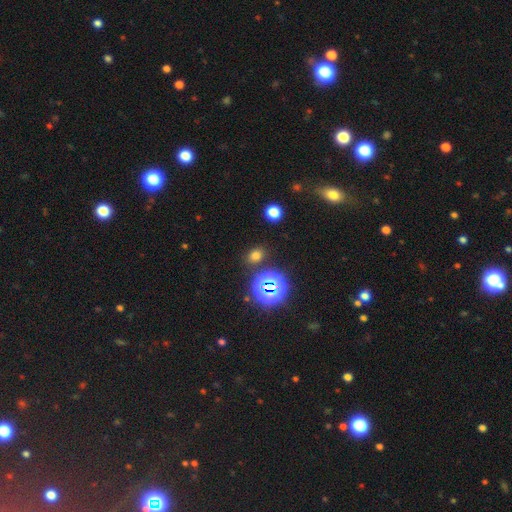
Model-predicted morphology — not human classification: This appears to be a smooth galaxy with no disk features (65%) that is in between round and cigar-shaped (57%). Merging: none (84%).